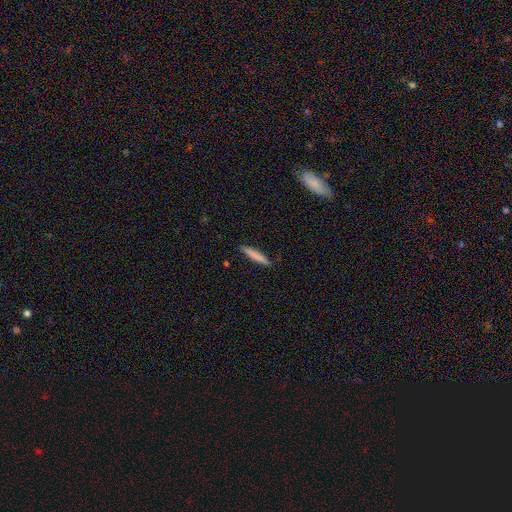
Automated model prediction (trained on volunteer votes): smooth-or-featured: smooth: 77% | featured or disk: 18% | star or artifact: 6%
  how-rounded: cigar-shaped: 94% | in between: 5% | round: 1%
  merging: none: 89% | minor disturbance: 8% | major disturbance: 2% | merger: 1%